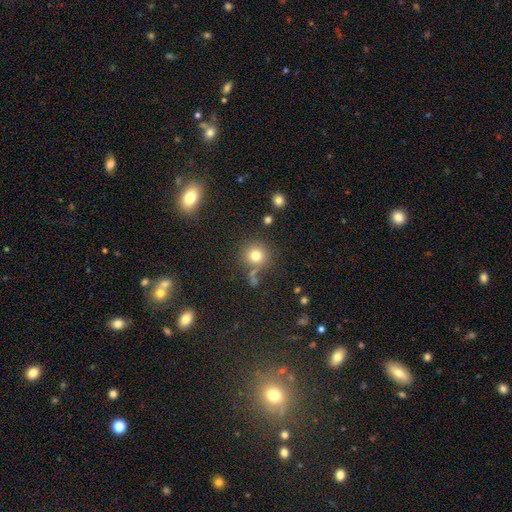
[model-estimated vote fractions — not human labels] A smooth galaxy with no disk features (78%) that is round (91%). Merging: none (76%).